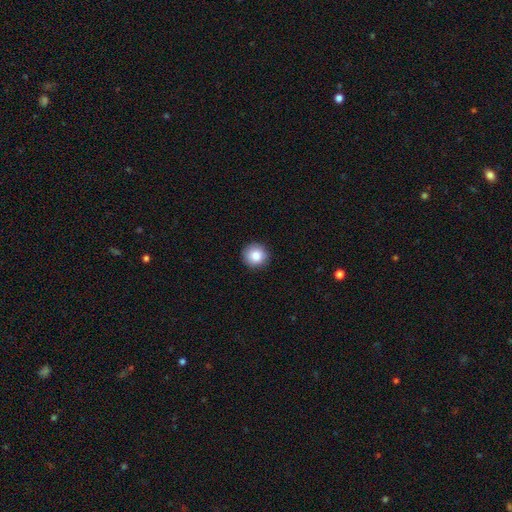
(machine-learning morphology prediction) Smooth or featured: smooth — 84% (star or artifact — 9%)
How rounded: round — 95% (in between — 4%)
Merging: none — 91% (minor disturbance — 6%)